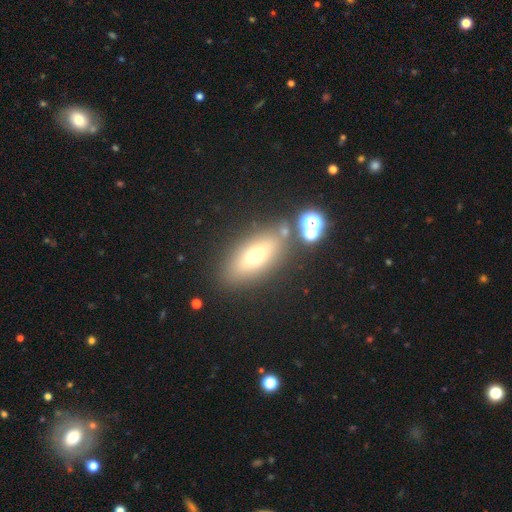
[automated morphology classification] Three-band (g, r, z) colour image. It shows a smooth galaxy with no disk features (60%) that is in between round and cigar-shaped (73%). Merging: none (77%).